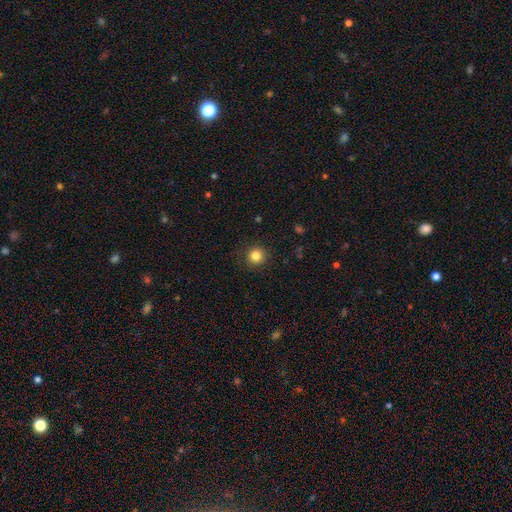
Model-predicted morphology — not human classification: The model was most divided on "smooth or featured": smooth: 83%, star or artifact: 12%, featured or disk: 5%. More confident: how rounded — round (94%); merging — none (91%).